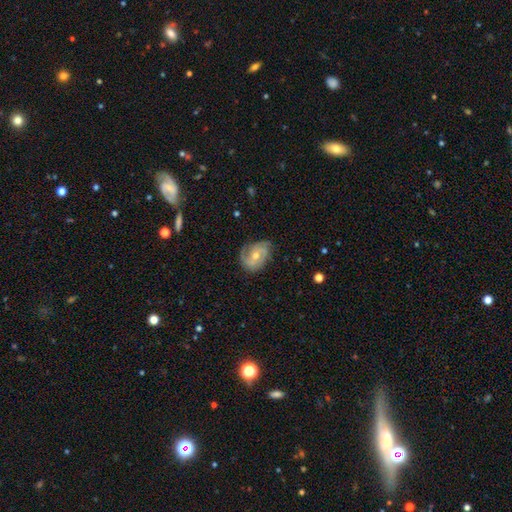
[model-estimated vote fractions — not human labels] Smooth or featured: featured or disk — 76% (smooth — 16%)
Edge-on disk: no — 97% (yes — 3%)
Bar: no — 65% (weak — 28%)
Spiral arms: yes — 92% (no — 8%)
Spiral winding: tight — 45% (medium — 40%)
Spiral arm count: 2 — 48% (can't tell — 20%)
Bulge size: moderate — 53% (small — 43%)
Merging: none — 67% (minor disturbance — 23%)